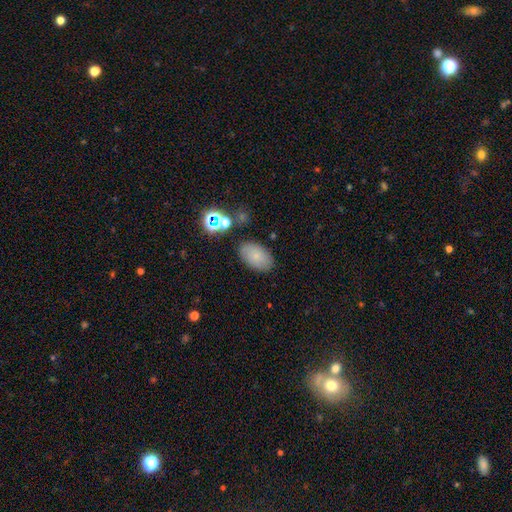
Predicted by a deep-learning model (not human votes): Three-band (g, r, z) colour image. It shows a smooth galaxy with no disk features (74%) that is in between round and cigar-shaped (91%). Merging: none (83%).